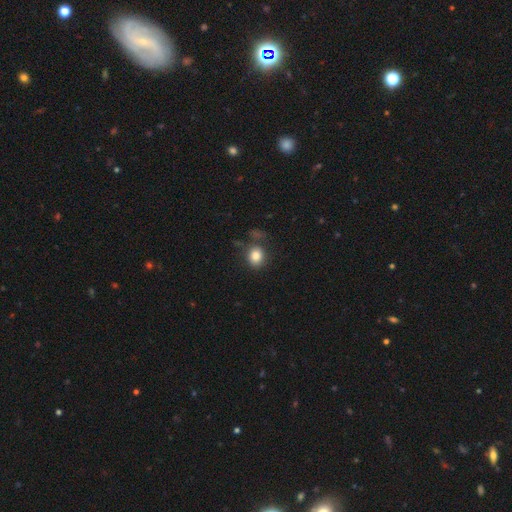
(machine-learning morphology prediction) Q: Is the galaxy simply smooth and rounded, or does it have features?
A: smooth — 84%.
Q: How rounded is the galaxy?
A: round — 67%.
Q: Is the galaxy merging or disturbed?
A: none — 70%.